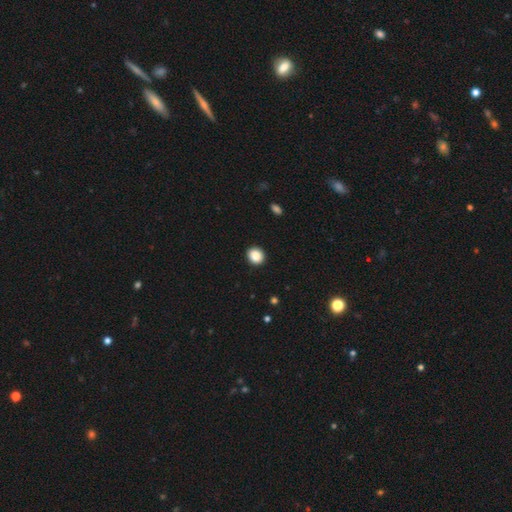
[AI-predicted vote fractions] The model was most divided on "how rounded": round: 78%, in between: 21%, cigar-shaped: 1%. More confident: merging — none (92%); smooth or featured — smooth (88%).